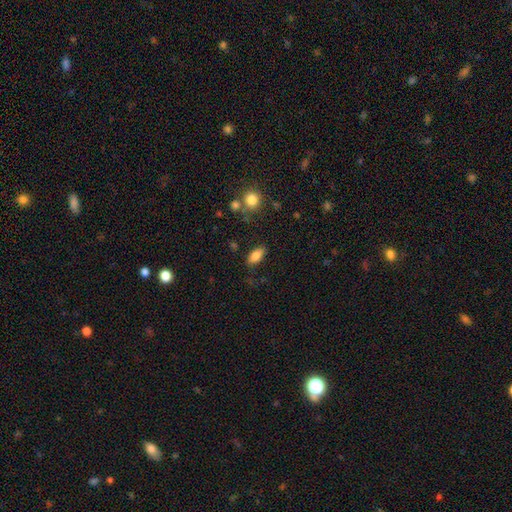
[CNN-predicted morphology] Smooth or featured? Predicted: smooth (p=0.82). How rounded? Predicted: in between (p=0.87). Merging? Predicted: none (p=0.80).